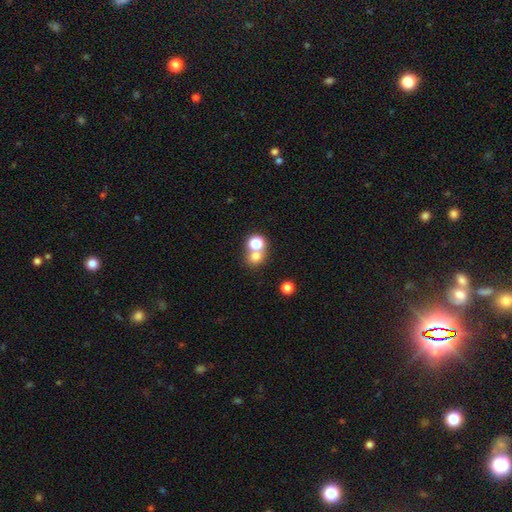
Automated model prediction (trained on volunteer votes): Morphology: type=smooth (70%); roundness=round (76%); merging=none (46%).